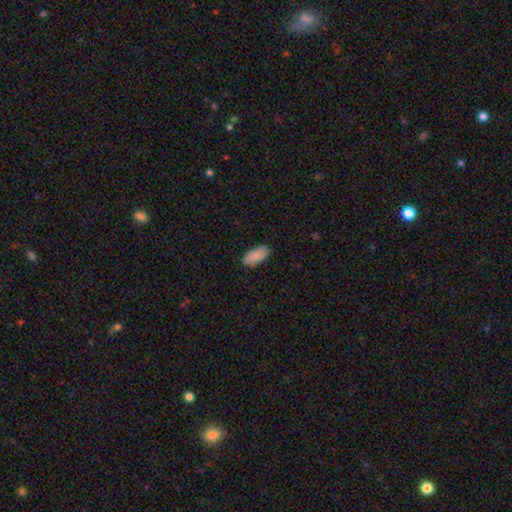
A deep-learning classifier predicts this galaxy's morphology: Smooth or featured? smooth (90%)
How rounded? in between (89%)
Merging? none (86%)